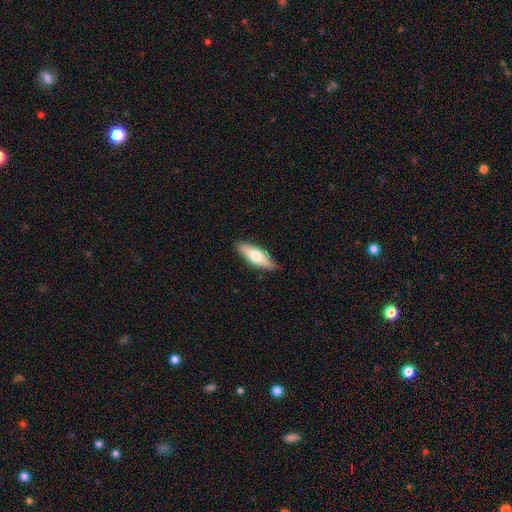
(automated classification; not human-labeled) The model was most divided on "how rounded": in between: 58%, cigar-shaped: 40%, round: 2%. More confident: merging — none (85%); smooth or featured — smooth (64%).